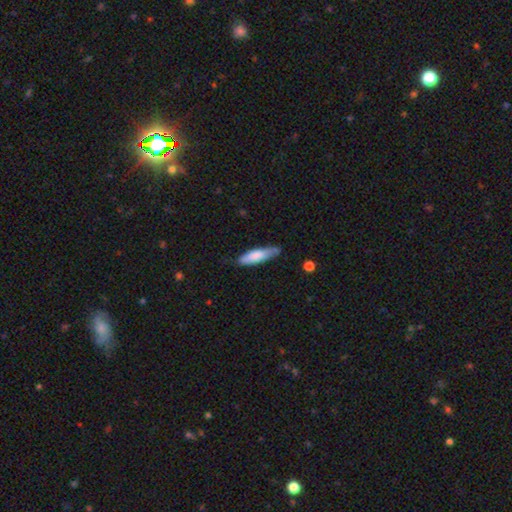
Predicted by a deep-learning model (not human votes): Smooth or featured? smooth (75%)
How rounded? cigar-shaped (65%)
Merging? none (67%)